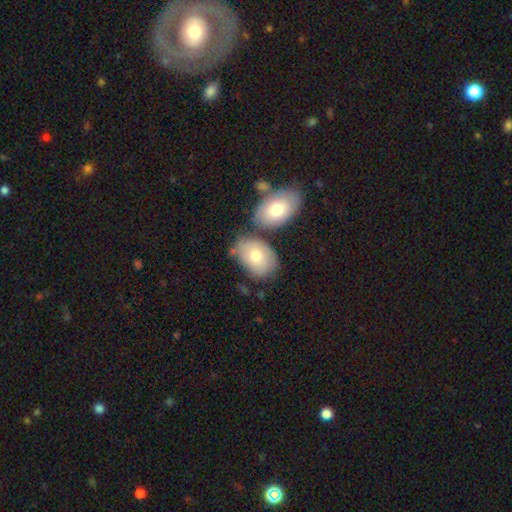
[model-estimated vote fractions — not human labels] Overall: smooth (71%). How rounded: in between (85%). Merging: none (51%; merger 27%).